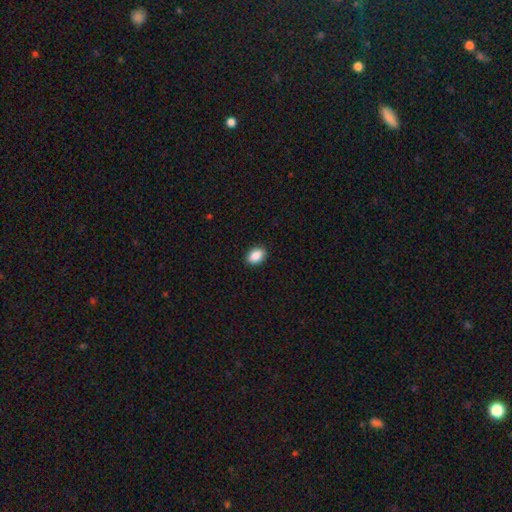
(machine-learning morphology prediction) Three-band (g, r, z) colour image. It shows a smooth galaxy with no disk features (89%) that is in between round and cigar-shaped (81%). Merging: none (90%).